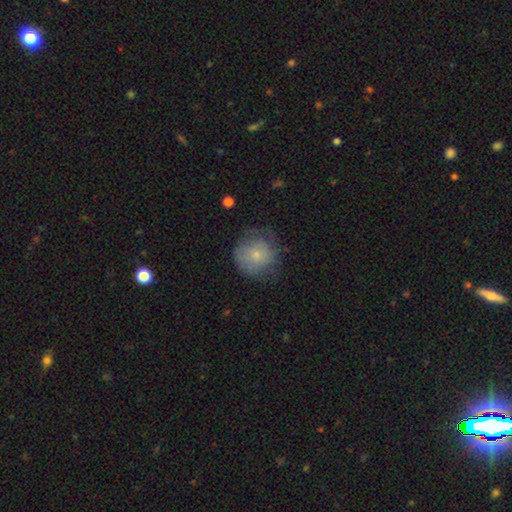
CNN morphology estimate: The model was most divided on "merging": none: 64%, minor disturbance: 24%, major disturbance: 11%, merger: 1%. More confident: how rounded — round (90%); smooth or featured — smooth (72%).